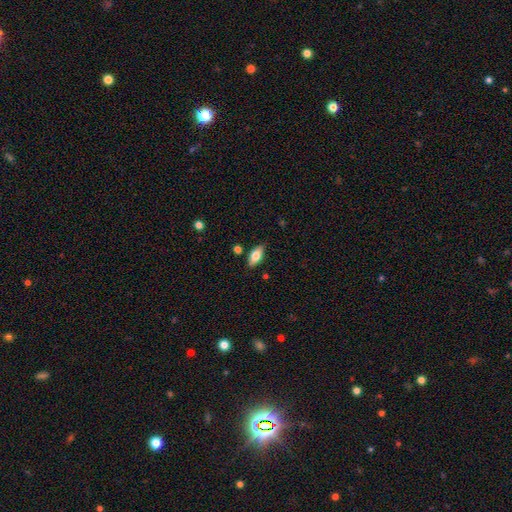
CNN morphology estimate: Q: Smooth or featured?
A: smooth (72%); runner-up: featured or disk (21%)
Q: How rounded?
A: in between (85%); runner-up: cigar-shaped (12%)
Q: Merging?
A: none (84%); runner-up: minor disturbance (11%)